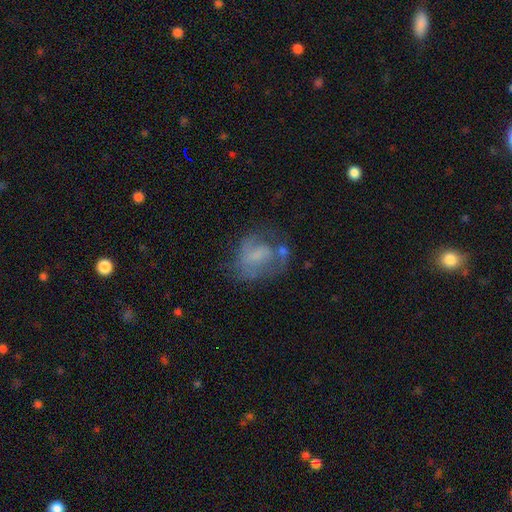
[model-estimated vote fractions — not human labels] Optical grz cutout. It shows a featured or disk galaxy (54%) with no bar (56%), spiral arms (61%) and no central bulge (43%). Merging: none (41%).